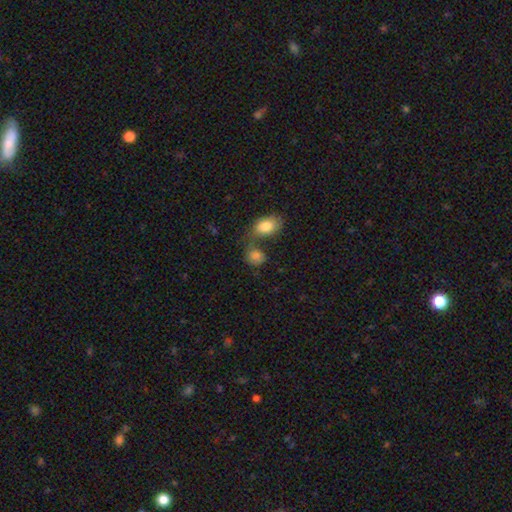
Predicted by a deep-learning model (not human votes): This appears to be a smooth galaxy with no disk features (83%) that is round (56%). Merging: none (43%).